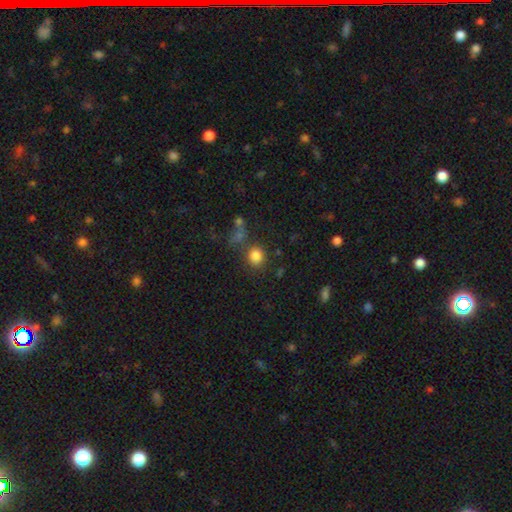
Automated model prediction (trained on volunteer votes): Smooth or featured? Predicted: smooth (p=0.82). How rounded? Predicted: round (p=0.82). Merging? Predicted: none (p=0.73).